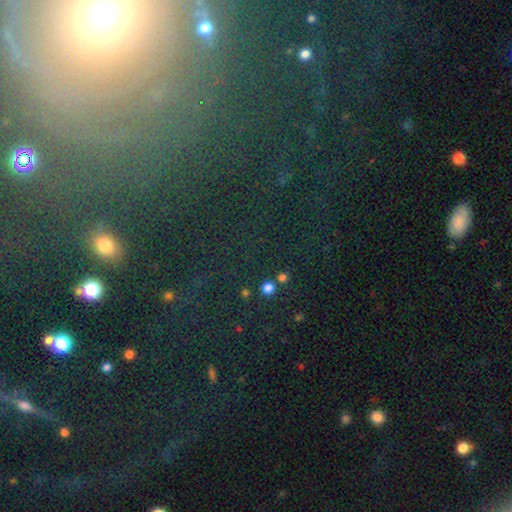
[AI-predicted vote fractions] Q: Smooth or featured?
A: star or artifact (58%); runner-up: smooth (22%)